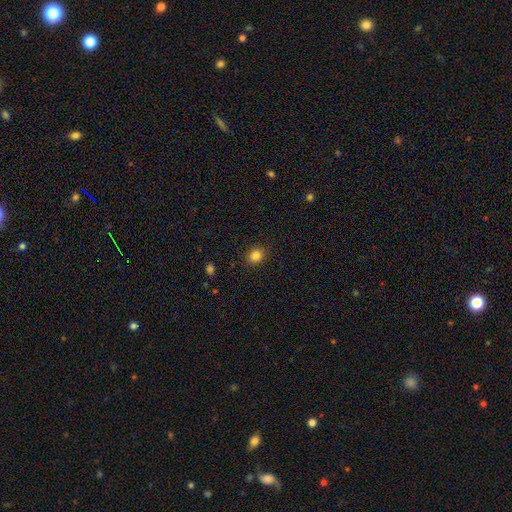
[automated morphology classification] This appears to be a smooth galaxy with no disk features (83%) that is round (76%). Merging: none (89%).